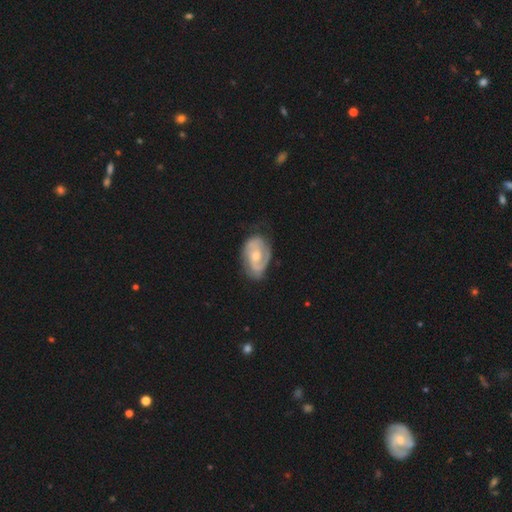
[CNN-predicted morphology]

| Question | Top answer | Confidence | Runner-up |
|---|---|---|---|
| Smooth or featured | featured or disk | 77% | smooth (17%) |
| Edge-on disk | no | 96% | yes (4%) |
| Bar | no | 55% | weak (37%) |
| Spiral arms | yes | 90% | no (10%) |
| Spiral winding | tight | 44% | medium (41%) |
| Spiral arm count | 2 | 71% | can't tell (15%) |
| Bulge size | moderate | 59% | small (35%) |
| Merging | none | 68% | minor disturbance (22%) |